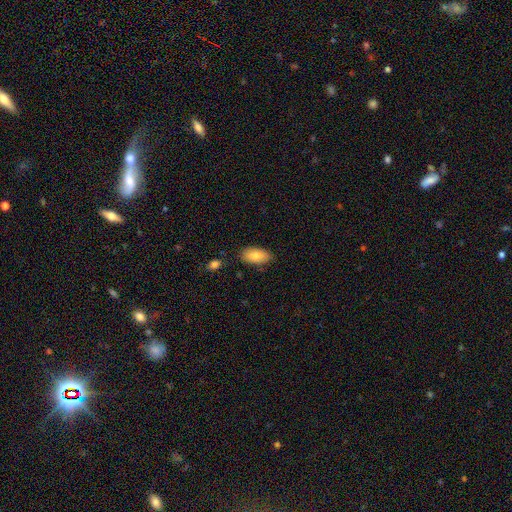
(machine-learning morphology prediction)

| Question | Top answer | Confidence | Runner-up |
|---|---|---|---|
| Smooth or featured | smooth | 82% | featured or disk (12%) |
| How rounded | in between | 94% | cigar-shaped (3%) |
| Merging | none | 82% | minor disturbance (13%) |